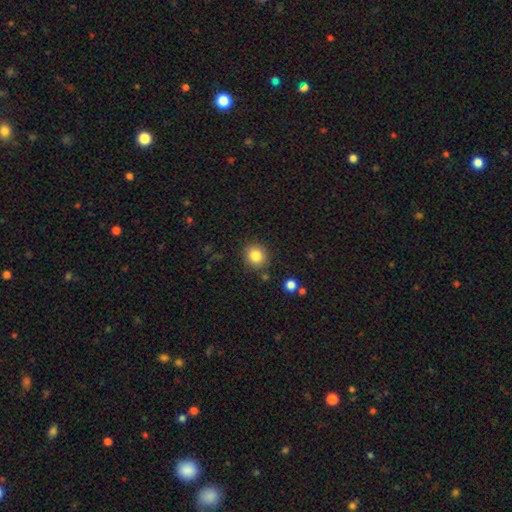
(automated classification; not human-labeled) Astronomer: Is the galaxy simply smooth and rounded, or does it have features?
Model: smooth — 83%.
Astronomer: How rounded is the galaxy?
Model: round — 89%.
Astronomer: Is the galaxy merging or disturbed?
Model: none — 87%.